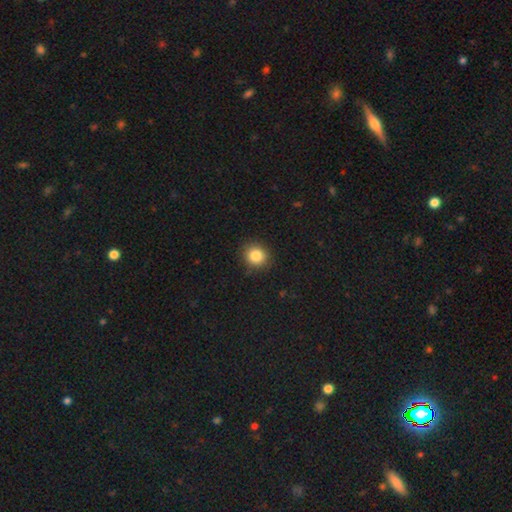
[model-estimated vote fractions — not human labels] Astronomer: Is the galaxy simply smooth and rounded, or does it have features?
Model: smooth — 85%.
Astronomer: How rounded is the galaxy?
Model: round — 86%.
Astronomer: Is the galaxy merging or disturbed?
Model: none — 89%.